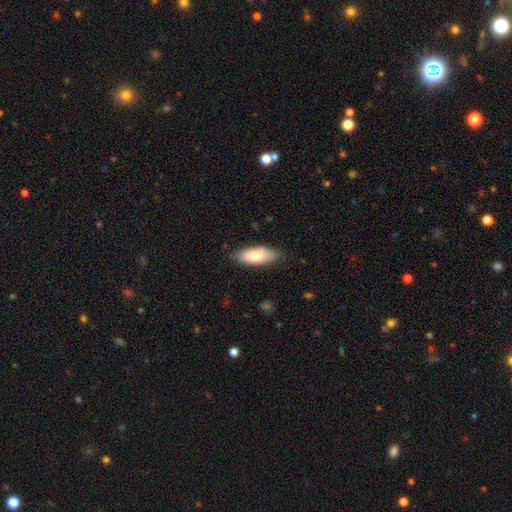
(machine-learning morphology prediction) This is likely a smooth galaxy (77%). How rounded: likely in between (80%). Merging: clearly none (81%).